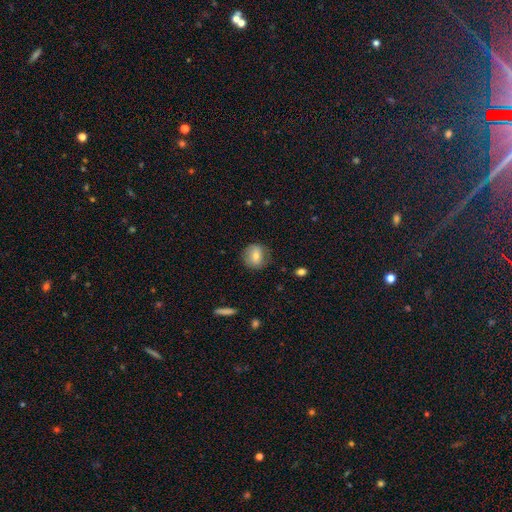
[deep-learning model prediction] Overall: smooth (68%). How rounded: round (79%). Merging: none (76%).